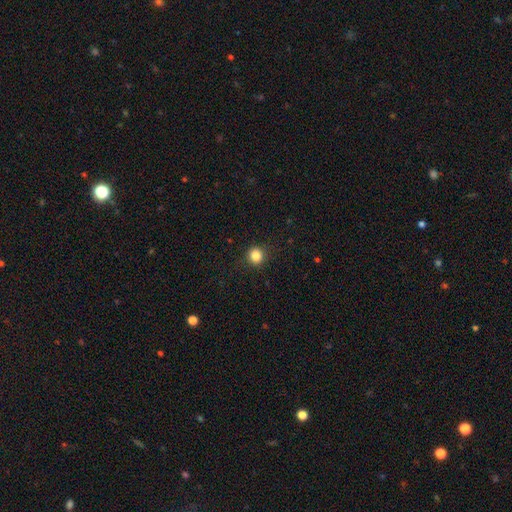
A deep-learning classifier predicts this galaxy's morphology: smooth_or_featured: smooth (p=0.84) [alt: star or artifact p=0.11]
how_rounded: round (p=0.91) [alt: in between p=0.08]
merging: none (p=0.90) [alt: minor disturbance p=0.07]